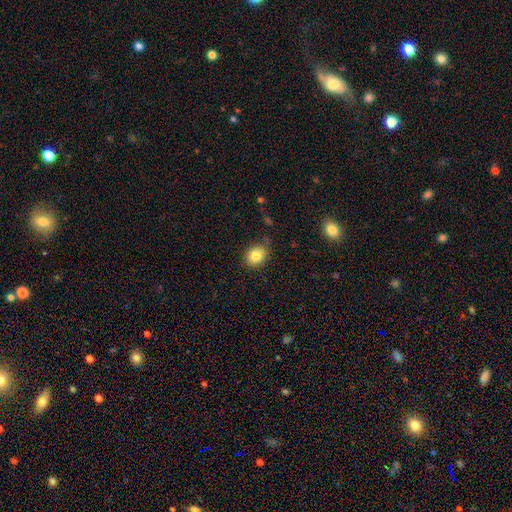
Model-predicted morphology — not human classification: Smooth or featured?
  - smooth: 84% *
  - star or artifact: 9%
  - featured or disk: 7%
How rounded?
  - in between: 54% *
  - round: 45%
  - cigar-shaped: 1%
Merging?
  - none: 83% *
  - minor disturbance: 12%
  - major disturbance: 3%
  - merger: 2%